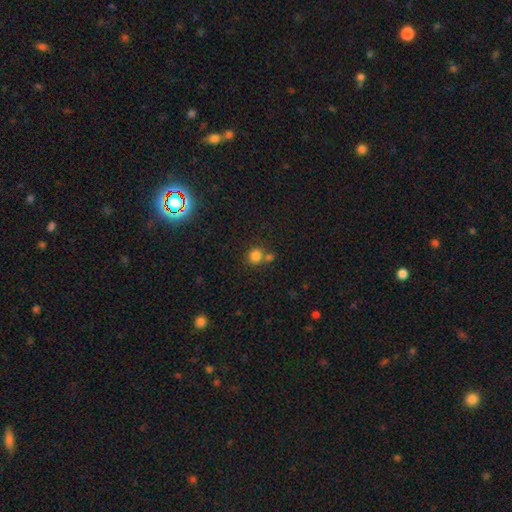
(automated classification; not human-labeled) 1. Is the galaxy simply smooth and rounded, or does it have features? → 81% smooth, 13% star or artifact, 6% featured or disk.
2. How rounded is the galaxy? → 86% round, 13% in between, 1% cigar-shaped.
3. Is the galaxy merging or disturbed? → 61% none, 27% merger, 9% minor disturbance, 3% major disturbance.